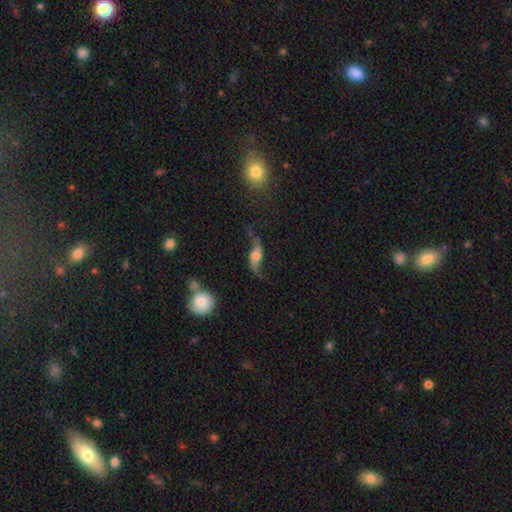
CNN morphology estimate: smooth_or_featured: featured or disk (p=0.80) [alt: smooth p=0.13]
disk_edge_on: no (p=0.84) [alt: yes p=0.16]
bar: no (p=0.56) [alt: weak p=0.31]
has_spiral_arms: yes (p=0.94) [alt: no p=0.06]
spiral_winding: loose (p=0.94) [alt: medium p=0.05]
spiral_arm_count: 2 (p=0.93) [alt: 1 p=0.02]
bulge_size: moderate (p=0.47) [alt: small p=0.21]
merging: none (p=0.66) [alt: minor disturbance p=0.17]